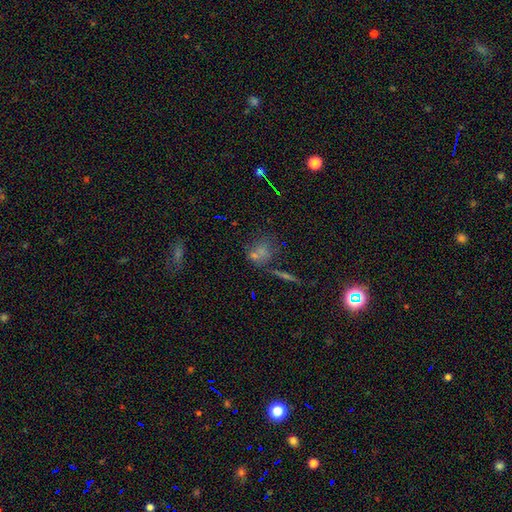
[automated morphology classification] A smooth galaxy with no disk features (45%). Merging: none (55%).